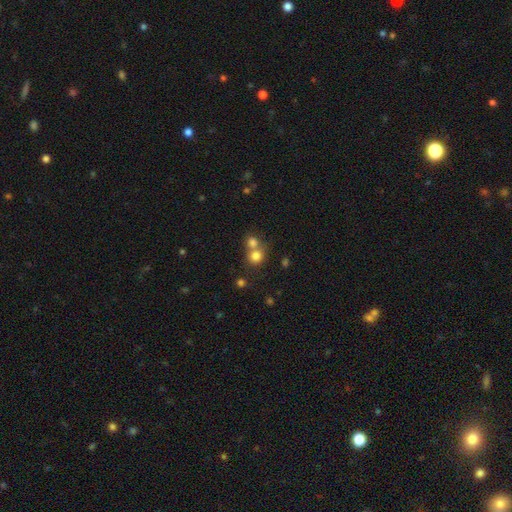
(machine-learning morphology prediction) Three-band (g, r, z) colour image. It shows a smooth galaxy with no disk features (78%) that is round (84%). Merging: merger (46%).